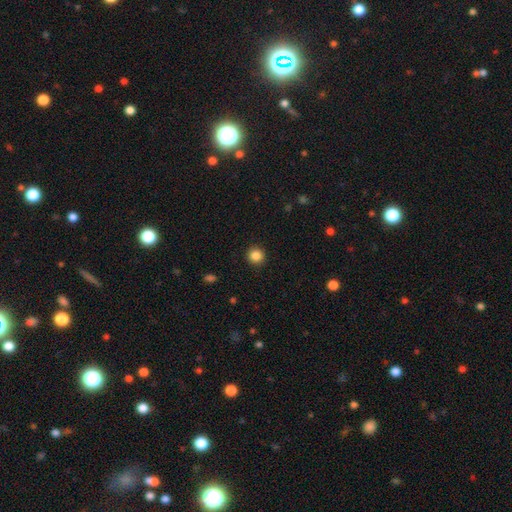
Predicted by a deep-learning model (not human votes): smooth_or_featured: smooth (p=0.86) [alt: star or artifact p=0.10]
how_rounded: round (p=0.93) [alt: in between p=0.06]
merging: none (p=0.92) [alt: minor disturbance p=0.05]